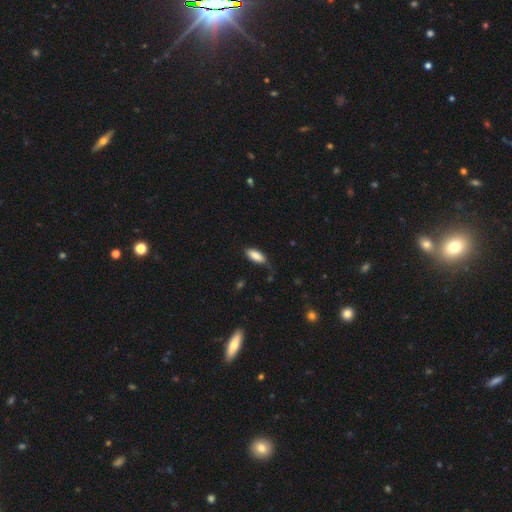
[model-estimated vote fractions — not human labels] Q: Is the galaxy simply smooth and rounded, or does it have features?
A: smooth — 87%.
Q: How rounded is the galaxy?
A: in between — 86%.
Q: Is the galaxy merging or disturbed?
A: none — 67%.